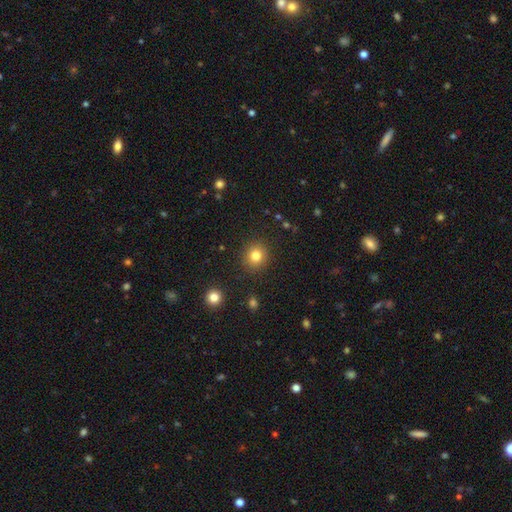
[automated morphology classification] Smooth or featured? smooth (82%)
How rounded? round (86%)
Merging? none (89%)